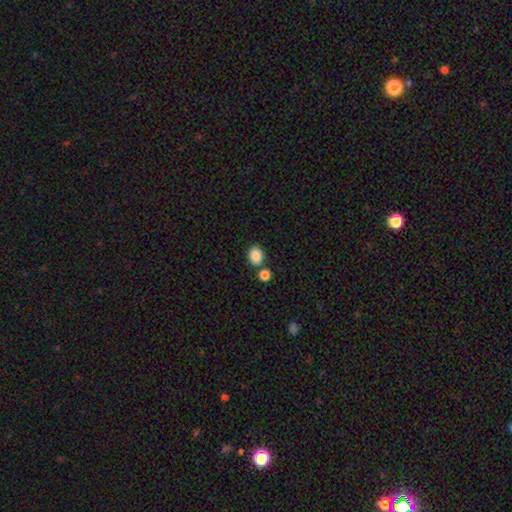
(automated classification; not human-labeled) A smooth galaxy with no disk features (87%) that is in between round and cigar-shaped (51%). Merging: none (72%).